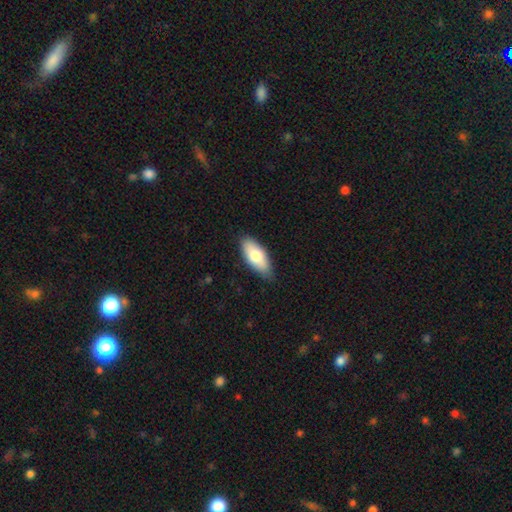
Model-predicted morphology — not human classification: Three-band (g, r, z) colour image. It shows a smooth galaxy with no disk features (75%) that is in between round and cigar-shaped (85%). Merging: none (82%).